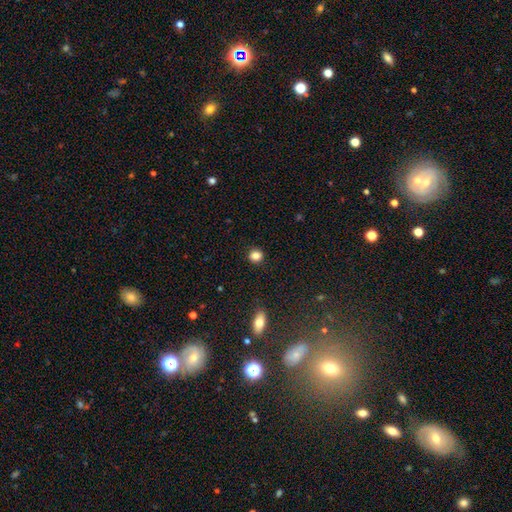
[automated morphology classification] smooth-or-featured: smooth: 85% | star or artifact: 10% | featured or disk: 5%
  how-rounded: round: 86% | in between: 13% | cigar-shaped: 1%
  merging: none: 90% | minor disturbance: 7% | major disturbance: 2% | merger: 1%